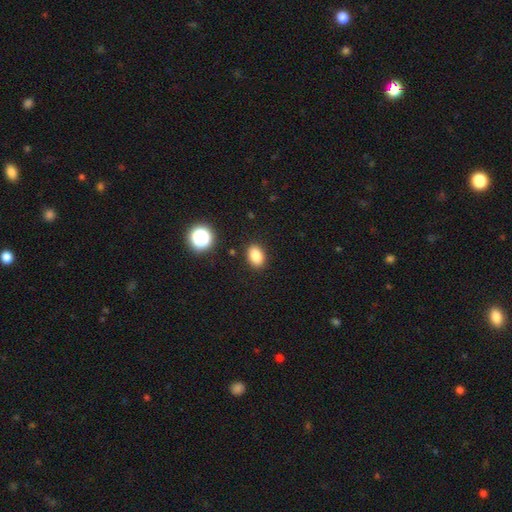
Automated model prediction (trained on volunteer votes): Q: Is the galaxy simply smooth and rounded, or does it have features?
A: smooth — 84%.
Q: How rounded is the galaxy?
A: in between — 77%.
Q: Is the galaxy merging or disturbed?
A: none — 88%.